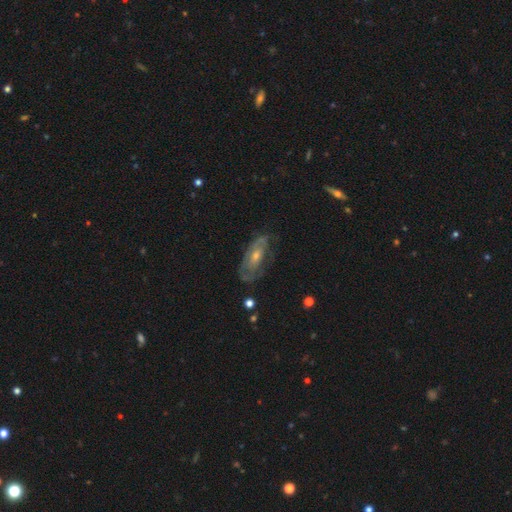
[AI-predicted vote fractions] Morphology: type=featured or disk (70%); edge-on=no (86%); bar=no (71%); spiral arms=yes (71%); bulge=moderate (48%); merging=none (69%).